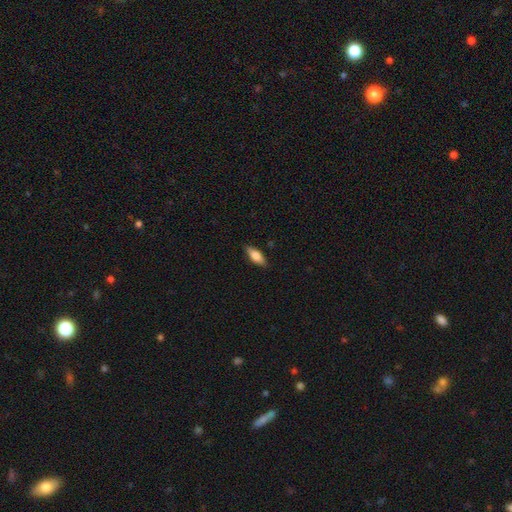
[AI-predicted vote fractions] This is likely a smooth galaxy (70%). How rounded: likely in between (68%). Merging: clearly none (86%).